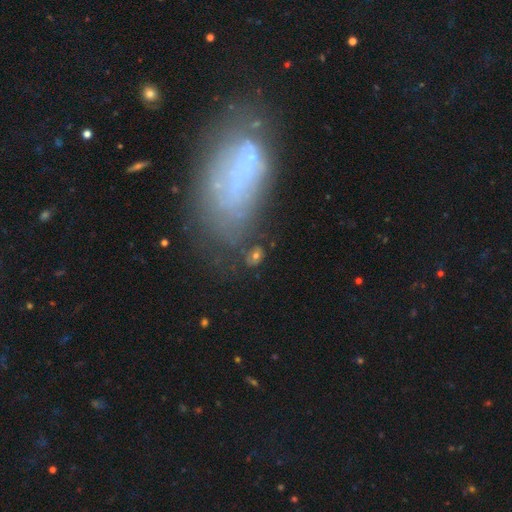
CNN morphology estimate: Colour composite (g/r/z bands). It shows a smooth galaxy with no disk features (57%) that is in between round and cigar-shaped (73%). Merging: none (69%).